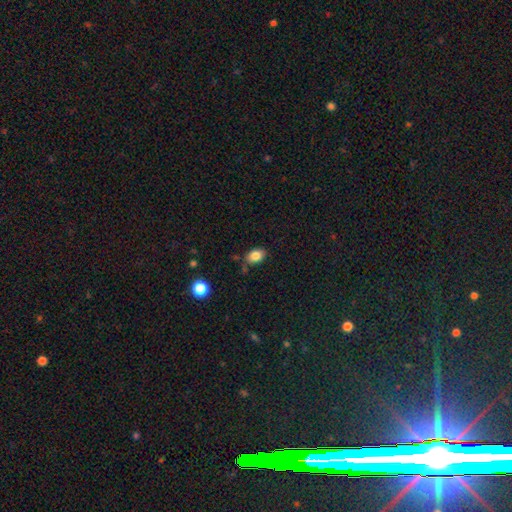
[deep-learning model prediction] smooth_or_featured: smooth (p=0.84) [alt: star or artifact p=0.09]
how_rounded: in between (p=0.83) [alt: round p=0.16]
merging: none (p=0.77) [alt: minor disturbance p=0.15]